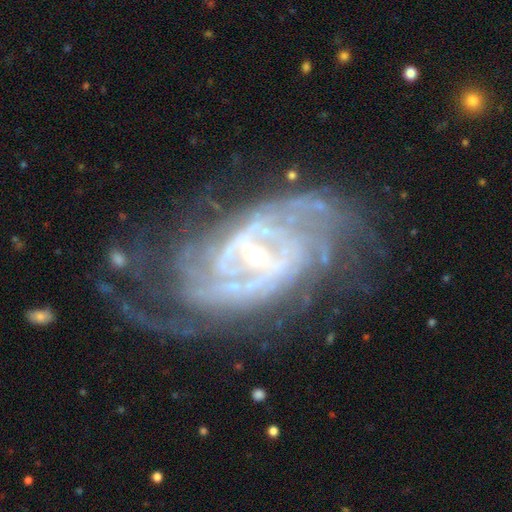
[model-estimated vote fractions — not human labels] Smooth or featured? Predicted: featured or disk (p=0.91). Edge-on disk? Predicted: no (p=0.96). Bar? Predicted: weak (p=0.41). Spiral arms? Predicted: yes (p=0.97). Spiral winding? Predicted: tight (p=0.58). Spiral arm count? Predicted: 2 (p=0.31). Bulge size? Predicted: small (p=0.72). Merging? Predicted: none (p=0.64).